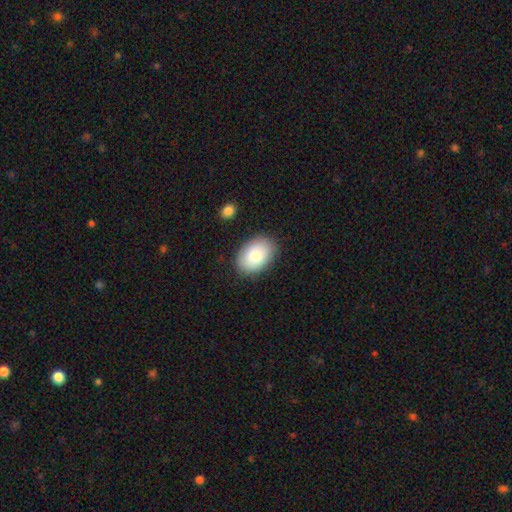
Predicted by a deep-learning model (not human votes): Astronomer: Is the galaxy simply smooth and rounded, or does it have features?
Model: smooth — 82%.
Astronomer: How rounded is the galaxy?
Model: in between — 88%.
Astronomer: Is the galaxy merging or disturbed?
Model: none — 86%.